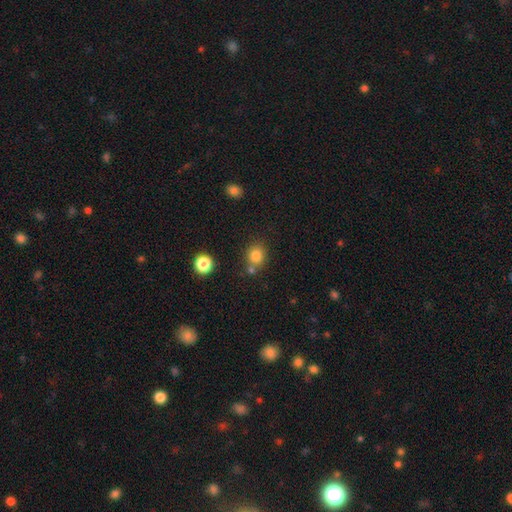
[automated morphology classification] Smooth or featured? Predicted: smooth (p=0.82). How rounded? Predicted: round (p=0.76). Merging? Predicted: none (p=0.67).